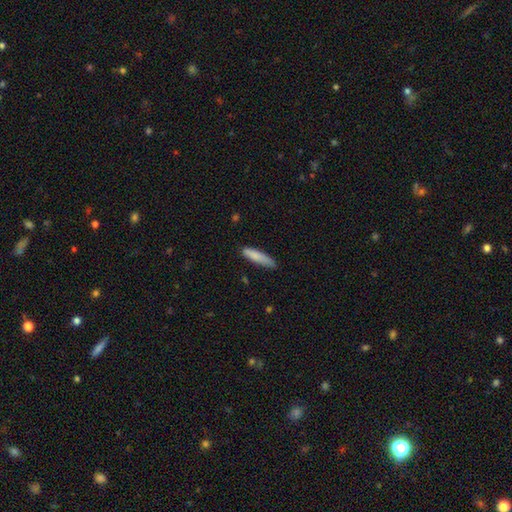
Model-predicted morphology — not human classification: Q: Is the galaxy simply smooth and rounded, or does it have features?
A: smooth — 83%.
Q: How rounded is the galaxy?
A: cigar-shaped — 78%.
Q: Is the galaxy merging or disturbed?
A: none — 71%.